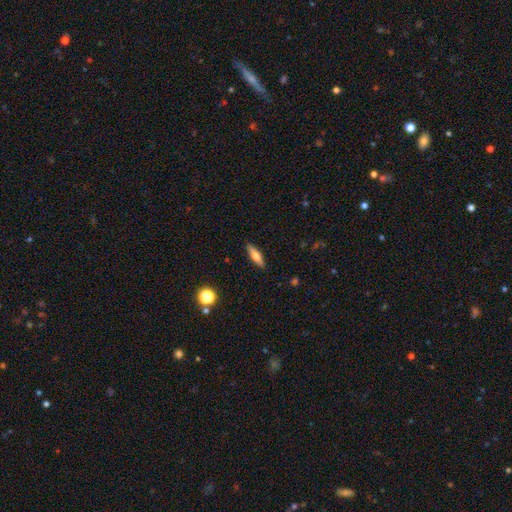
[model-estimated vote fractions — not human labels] Smooth or featured: smooth — 58% (featured or disk — 35%)
How rounded: cigar-shaped — 65% (in between — 32%)
Merging: none — 89% (minor disturbance — 8%)